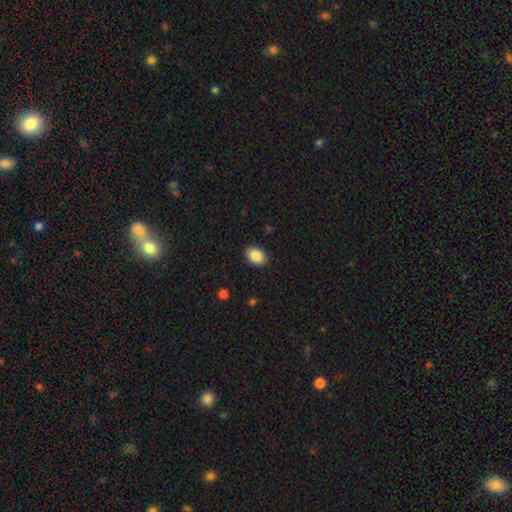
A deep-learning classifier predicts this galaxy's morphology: Smooth or featured?
  - smooth: 88% *
  - star or artifact: 8%
  - featured or disk: 4%
How rounded?
  - in between: 80% *
  - round: 19%
  - cigar-shaped: 1%
Merging?
  - none: 90% *
  - minor disturbance: 7%
  - major disturbance: 2%
  - merger: 1%